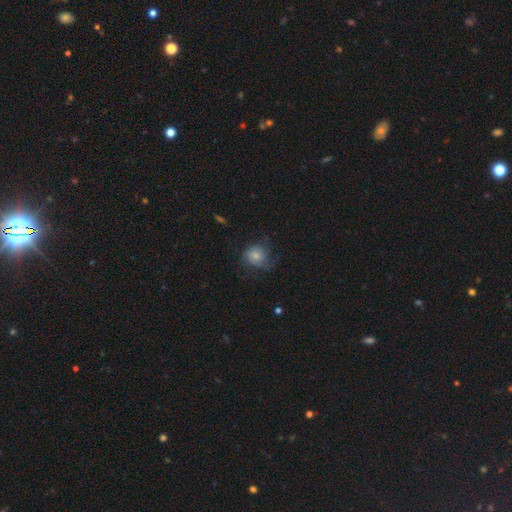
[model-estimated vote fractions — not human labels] smooth_or_featured: smooth (p=0.64) [alt: featured or disk p=0.27]
how_rounded: round (p=0.76) [alt: in between p=0.23]
merging: none (p=0.51) [alt: minor disturbance p=0.27]